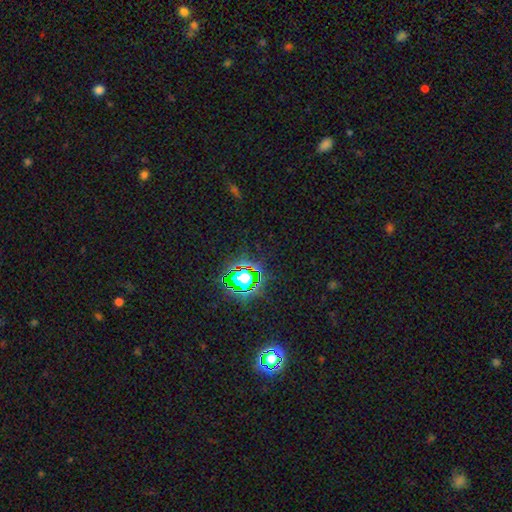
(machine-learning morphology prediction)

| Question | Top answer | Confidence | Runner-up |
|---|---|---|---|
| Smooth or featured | star or artifact | 76% | smooth (16%) |